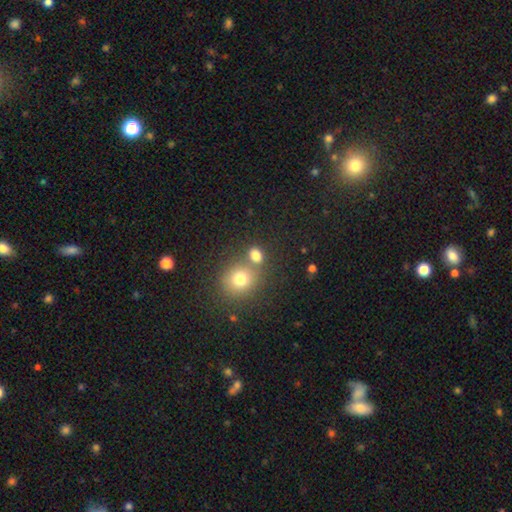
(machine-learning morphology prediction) Overall: smooth (77%). How rounded: round (53%; in between 45%). Merging: none (57%; merger 29%).